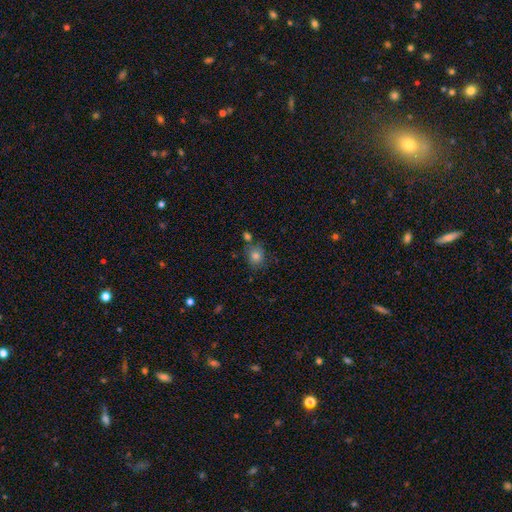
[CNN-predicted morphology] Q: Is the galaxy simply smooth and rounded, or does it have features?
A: smooth — 80%.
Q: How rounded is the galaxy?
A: round — 75%.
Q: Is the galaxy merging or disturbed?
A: none — 73%.